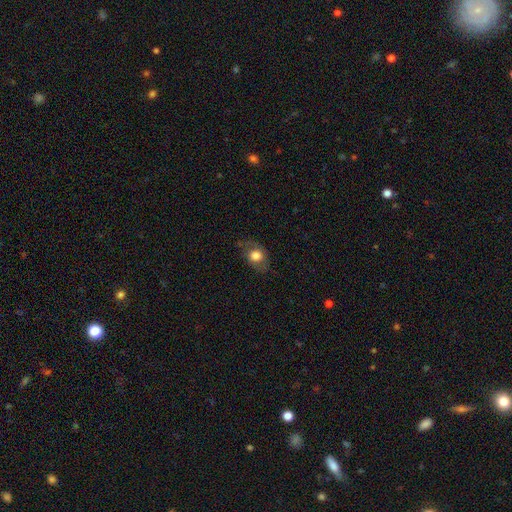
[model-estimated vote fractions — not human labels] Smooth or featured? smooth (63%)
How rounded? in between (57%)
Merging? none (68%)